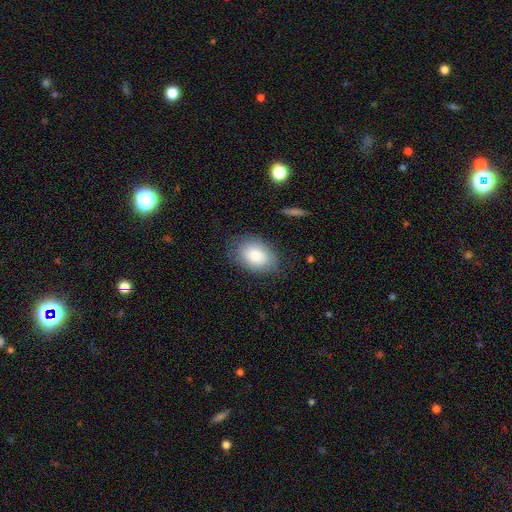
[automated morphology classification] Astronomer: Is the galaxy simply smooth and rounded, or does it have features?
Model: smooth — 83%.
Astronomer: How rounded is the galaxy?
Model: in between — 86%.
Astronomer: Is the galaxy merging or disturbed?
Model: none — 76%.